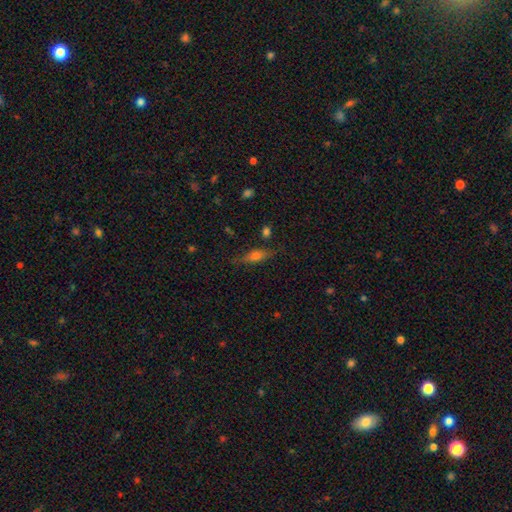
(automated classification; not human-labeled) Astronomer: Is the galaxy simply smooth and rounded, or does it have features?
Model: smooth — 47% (runner-up: featured or disk, 39%).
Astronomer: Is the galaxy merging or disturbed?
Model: none — 75%.